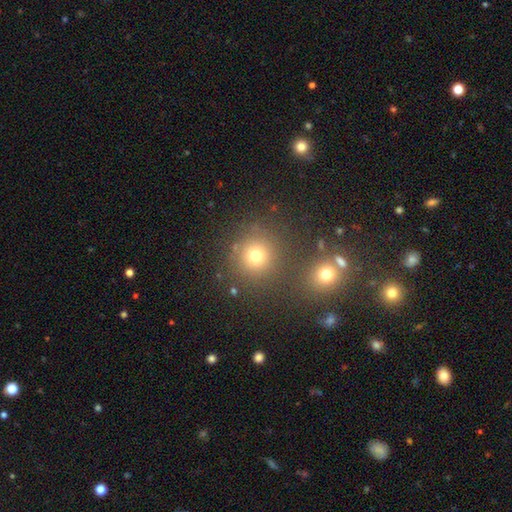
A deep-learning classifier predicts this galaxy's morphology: smooth_or_featured: smooth (p=0.72) [alt: star or artifact p=0.19]
how_rounded: round (p=0.90) [alt: in between p=0.09]
merging: none (p=0.74) [alt: merger p=0.14]